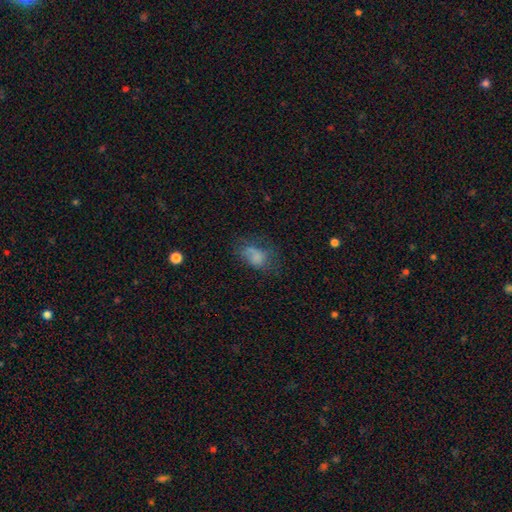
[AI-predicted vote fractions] Smooth or featured?
  - smooth: 66% *
  - featured or disk: 21%
  - star or artifact: 13%
How rounded?
  - in between: 77% *
  - round: 21%
  - cigar-shaped: 2%
Merging?
  - none: 37% *
  - major disturbance: 32%
  - minor disturbance: 27%
  - merger: 4%